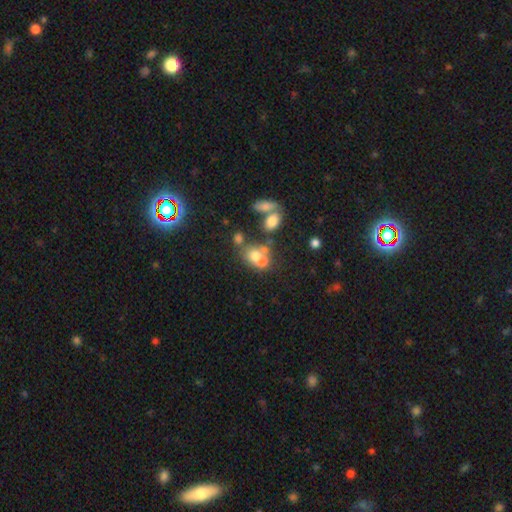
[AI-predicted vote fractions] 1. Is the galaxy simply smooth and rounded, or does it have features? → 61% smooth, 23% featured or disk, 15% star or artifact.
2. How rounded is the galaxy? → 61% round, 37% in between, 1% cigar-shaped.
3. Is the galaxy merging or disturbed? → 55% merger, 31% none, 8% minor disturbance, 6% major disturbance.